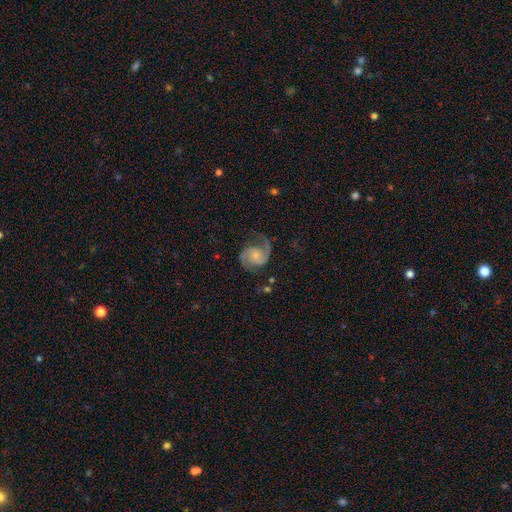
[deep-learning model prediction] Overall: featured or disk (88%). Edge-on disk: no (98%). Bar: no (69%). Spiral arms: yes (97%). Spiral arm count: 2 (91%). Spiral winding: medium (52%; loose 27%). Bulge size: small (53%; moderate 30%). Merging: none (71%).